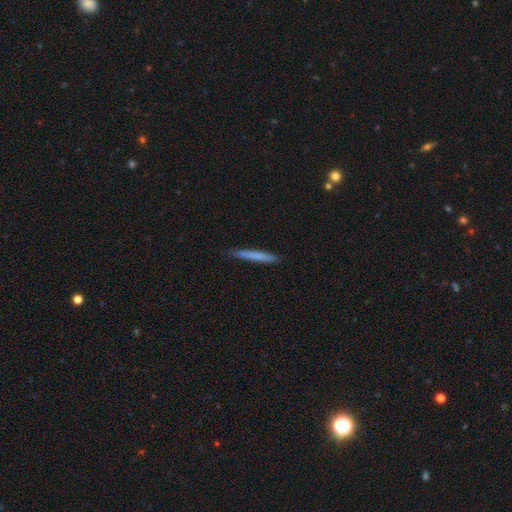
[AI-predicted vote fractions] Smooth or featured? smooth (69%)
How rounded? cigar-shaped (96%)
Merging? none (86%)